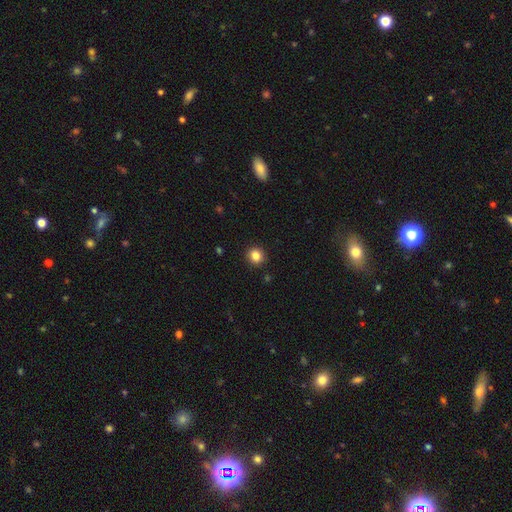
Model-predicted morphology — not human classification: A smooth galaxy with no disk features (84%) that is round (90%).

Vote fractions:
- Smooth or featured? smooth: 84% / star or artifact: 11% / featured or disk: 5%
- How rounded? round: 90% / in between: 9% / cigar-shaped: 1%
- Merging? none: 92% / minor disturbance: 5% / major disturbance: 2% / merger: 1%